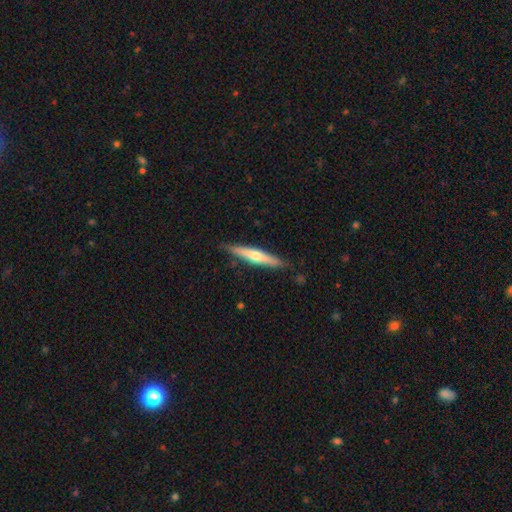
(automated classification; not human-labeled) Smooth or featured: featured or disk — 50% (smooth — 45%)
Merging: none — 86% (minor disturbance — 11%)